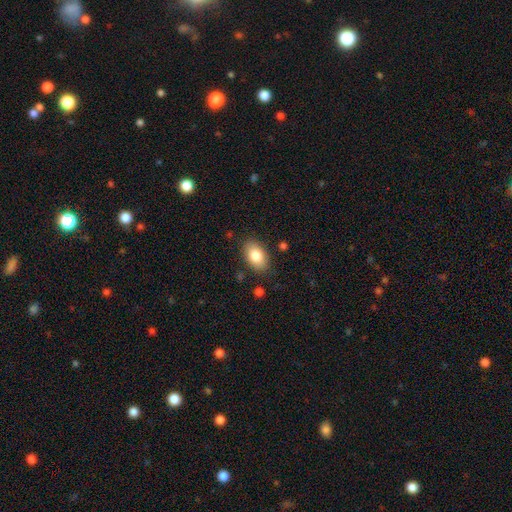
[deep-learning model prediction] The model was most divided on "merging": none: 84%, minor disturbance: 11%, major disturbance: 3%, merger: 2%. More confident: how rounded — in between (90%); smooth or featured — smooth (83%).